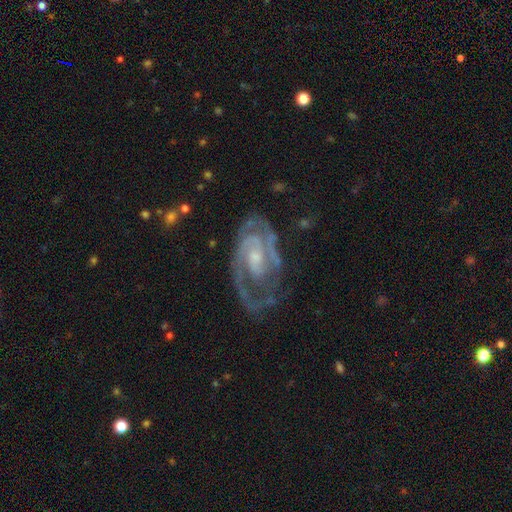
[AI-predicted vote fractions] Smooth or featured? featured or disk (89%)
Edge-on disk? no (97%)
Bar? no (49%)
Spiral arms? yes (96%)
Spiral winding? tight (54%)
Spiral arm count? 2 (61%)
Bulge size? small (52%)
Merging? none (62%)